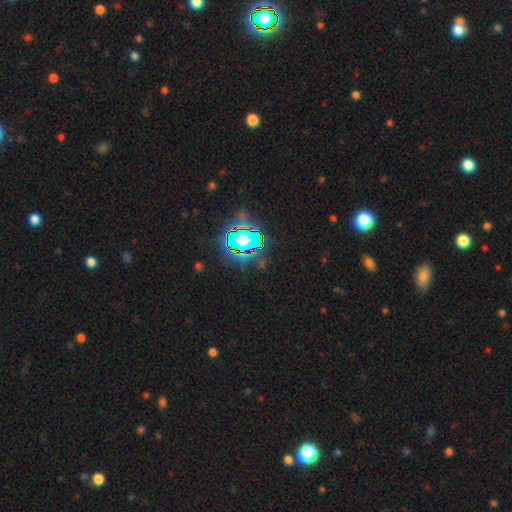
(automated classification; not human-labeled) smooth-or-featured: star or artifact: 80% | smooth: 12% | featured or disk: 8%